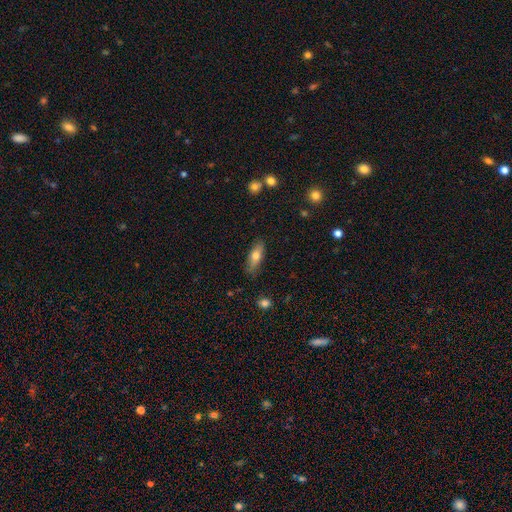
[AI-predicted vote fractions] Q: Smooth or featured?
A: smooth (66%); runner-up: featured or disk (27%)
Q: How rounded?
A: in between (58%); runner-up: cigar-shaped (39%)
Q: Merging?
A: none (80%); runner-up: minor disturbance (15%)